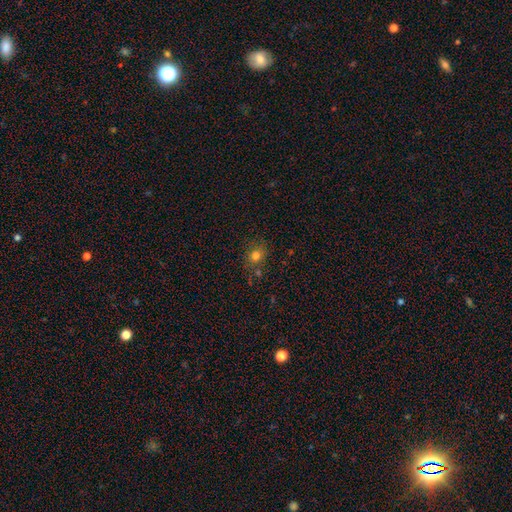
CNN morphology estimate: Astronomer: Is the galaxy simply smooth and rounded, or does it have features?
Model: smooth — 77%.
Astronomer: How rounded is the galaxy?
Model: round — 67%.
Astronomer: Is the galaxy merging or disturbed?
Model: none — 75%.